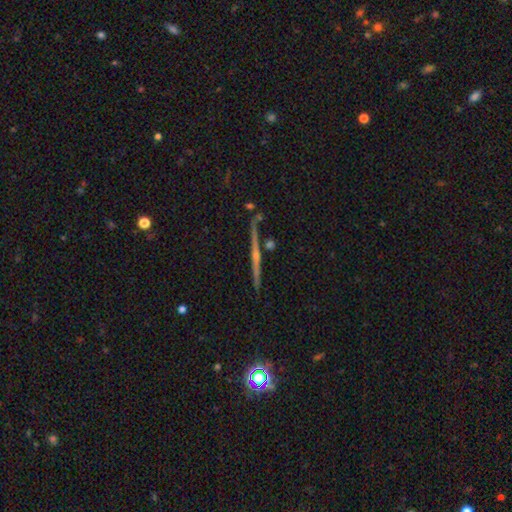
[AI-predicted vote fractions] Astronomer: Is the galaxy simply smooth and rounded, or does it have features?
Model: featured or disk — 58%.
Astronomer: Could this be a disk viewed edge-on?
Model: yes — 92%.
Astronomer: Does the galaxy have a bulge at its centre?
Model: none — 50% (runner-up: rounded, 39%).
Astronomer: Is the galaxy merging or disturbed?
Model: none — 82%.